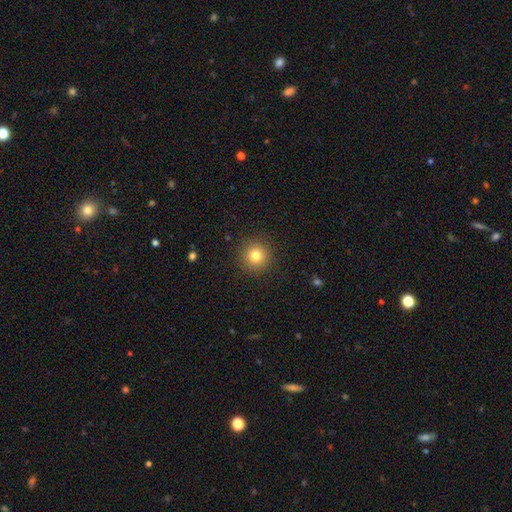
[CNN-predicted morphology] This is likely a smooth galaxy (80%). How rounded: clearly round (95%). Merging: clearly none (91%).